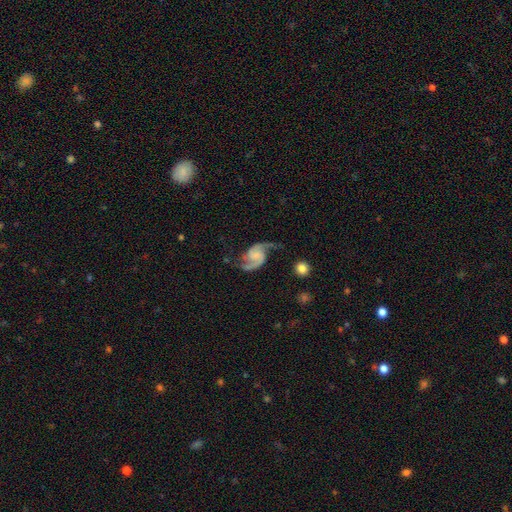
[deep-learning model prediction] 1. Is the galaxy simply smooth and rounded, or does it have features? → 91% featured or disk, 5% smooth, 4% star or artifact.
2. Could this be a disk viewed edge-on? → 98% no, 2% yes.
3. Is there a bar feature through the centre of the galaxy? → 54% no, 35% weak, 10% strong.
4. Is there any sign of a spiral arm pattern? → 98% yes, 2% no.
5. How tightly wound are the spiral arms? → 47% loose, 44% medium, 10% tight.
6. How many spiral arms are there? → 94% 2, 2% 1, 1% can't tell, 1% 3, 1% 4, 1% more than 4.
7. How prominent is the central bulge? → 45% none, 31% small, 17% moderate, 5% large, 2% dominant.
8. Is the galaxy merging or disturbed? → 69% none, 18% minor disturbance, 10% major disturbance, 3% merger.